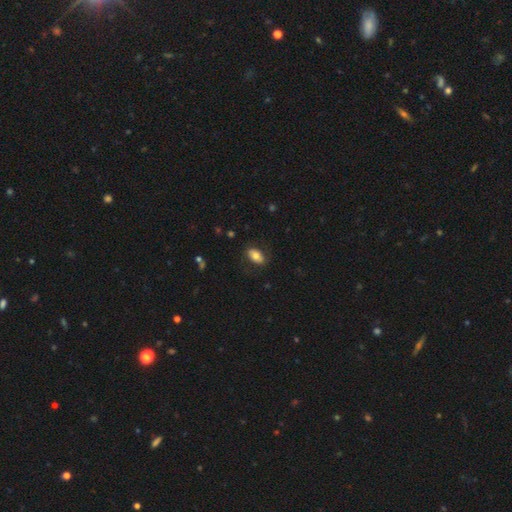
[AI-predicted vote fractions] A smooth galaxy with no disk features (75%) that is in between round and cigar-shaped (91%). Merging: none (80%).